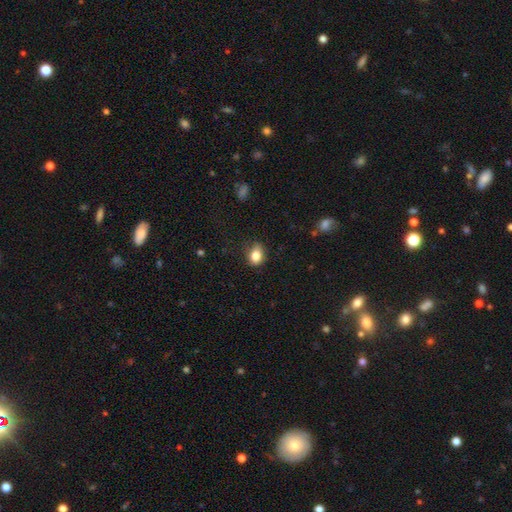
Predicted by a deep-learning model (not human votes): smooth_or_featured: smooth (p=0.82) [alt: star or artifact p=0.10]
how_rounded: in between (p=0.62) [alt: round p=0.37]
merging: none (p=0.70) [alt: minor disturbance p=0.23]